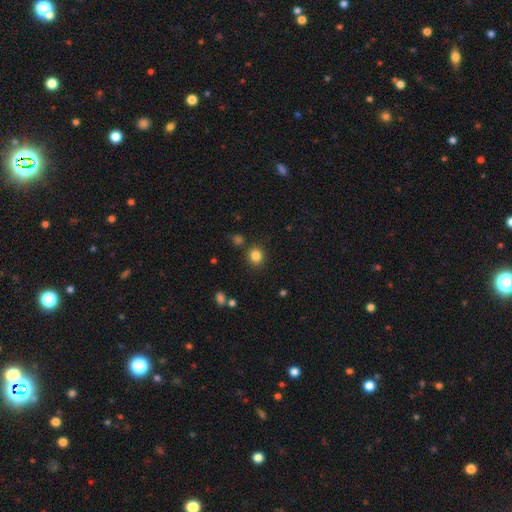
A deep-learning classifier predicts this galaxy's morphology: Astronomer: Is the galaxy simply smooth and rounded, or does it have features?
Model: smooth — 83%.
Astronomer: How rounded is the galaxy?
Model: round — 83%.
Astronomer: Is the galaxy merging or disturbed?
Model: none — 85%.